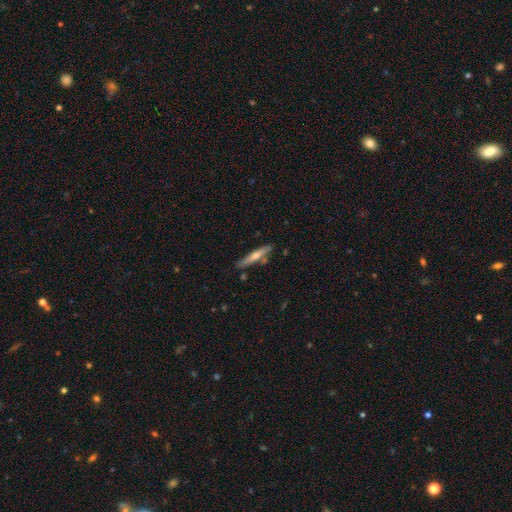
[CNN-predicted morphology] Q: Smooth or featured?
A: featured or disk (50%); runner-up: smooth (44%)
Q: Merging?
A: none (79%); runner-up: minor disturbance (12%)